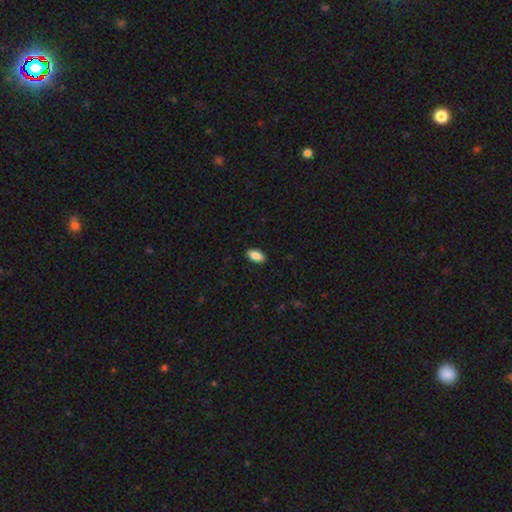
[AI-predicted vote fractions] Morphology: type=smooth (87%); roundness=in between (92%); merging=none (90%).